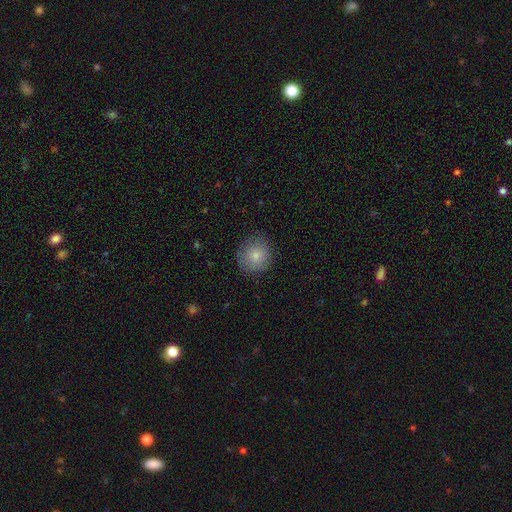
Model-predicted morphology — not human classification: smooth_or_featured: smooth (p=0.81) [alt: featured or disk p=0.10]
how_rounded: round (p=0.89) [alt: in between p=0.10]
merging: none (p=0.81) [alt: minor disturbance p=0.14]